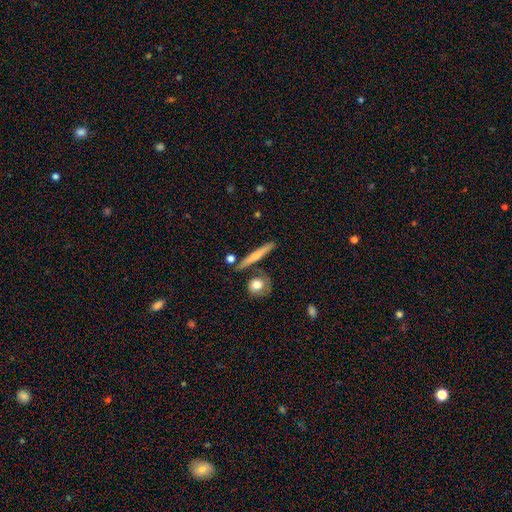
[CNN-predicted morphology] Smooth or featured? Predicted: smooth (p=0.57). How rounded? Predicted: cigar-shaped (p=0.89). Merging? Predicted: none (p=0.80).